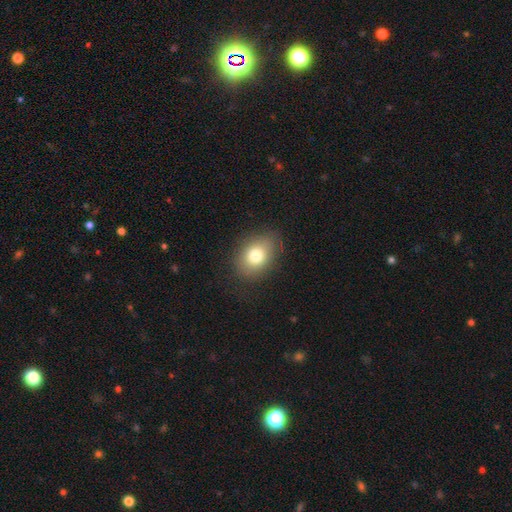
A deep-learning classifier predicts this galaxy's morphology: This appears to be a smooth galaxy with no disk features (78%) that is in between round and cigar-shaped (71%). Merging: none (82%).